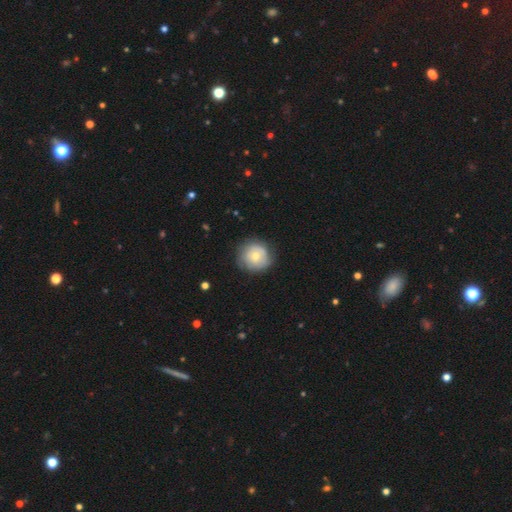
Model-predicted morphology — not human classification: Smooth or featured: smooth — 54% (featured or disk — 39%)
How rounded: round — 91% (in between — 8%)
Merging: none — 74% (minor disturbance — 19%)